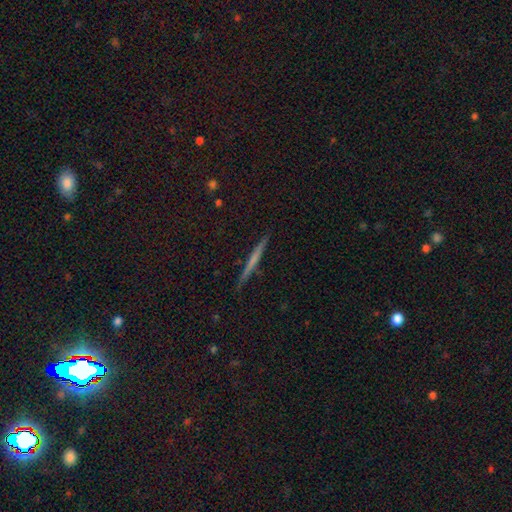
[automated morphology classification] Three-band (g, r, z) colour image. It shows a featured or disk galaxy (50%) viewed edge-on (97%). Merging: none (90%).